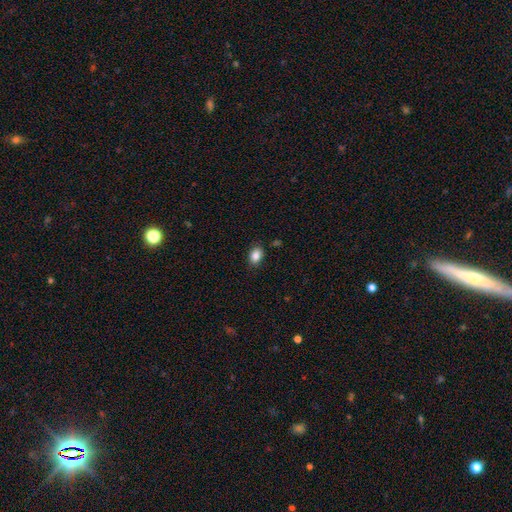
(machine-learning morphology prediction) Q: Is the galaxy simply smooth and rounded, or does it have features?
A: smooth — 86%.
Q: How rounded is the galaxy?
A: in between — 80%.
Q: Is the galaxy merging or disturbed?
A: none — 85%.